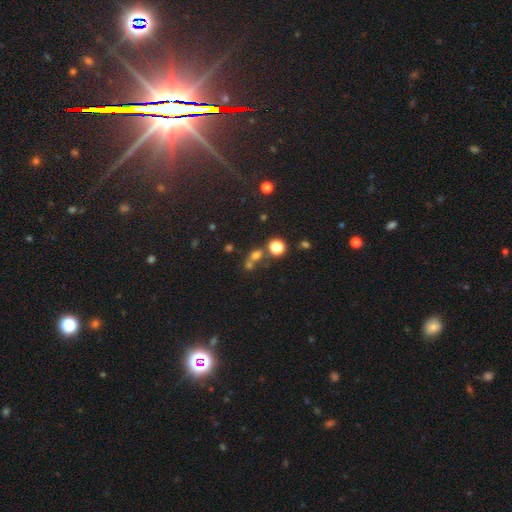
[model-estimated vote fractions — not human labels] Smooth or featured: smooth — 63% (star or artifact — 26%)
How rounded: round — 66% (in between — 31%)
Merging: none — 48% (merger — 37%)